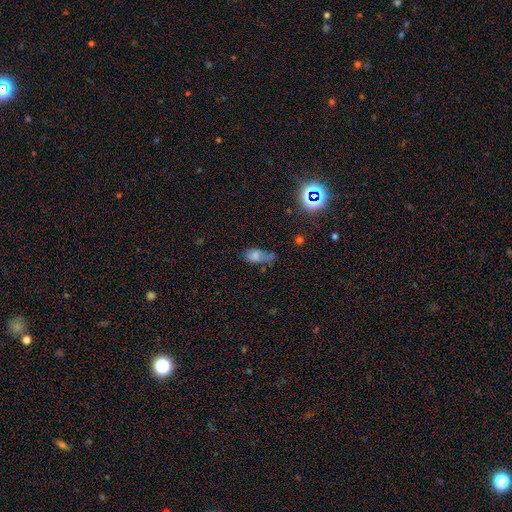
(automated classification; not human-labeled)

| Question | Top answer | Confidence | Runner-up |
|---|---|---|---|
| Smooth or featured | smooth | 69% | featured or disk (16%) |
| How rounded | in between | 83% | round (11%) |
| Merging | minor disturbance | 31% | none (27%) |